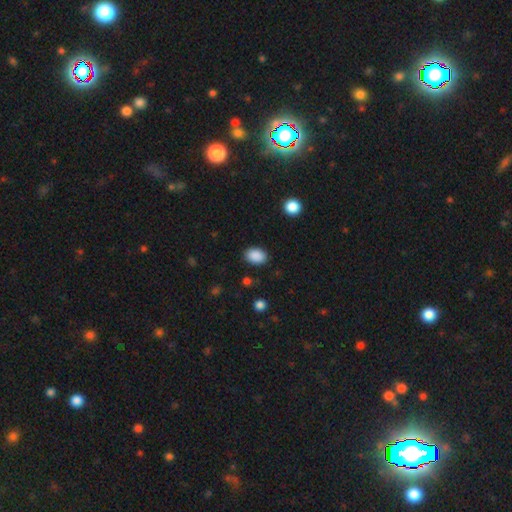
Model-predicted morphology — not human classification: Q: Smooth or featured?
A: smooth (89%); runner-up: star or artifact (8%)
Q: How rounded?
A: in between (79%); runner-up: round (20%)
Q: Merging?
A: none (87%); runner-up: minor disturbance (9%)